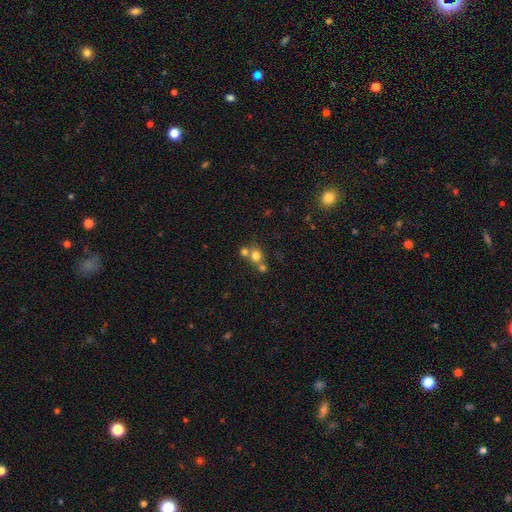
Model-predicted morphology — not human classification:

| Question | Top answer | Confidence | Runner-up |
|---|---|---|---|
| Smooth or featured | smooth | 72% | star or artifact (15%) |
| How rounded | round | 83% | in between (15%) |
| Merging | none | 46% | merger (43%) |